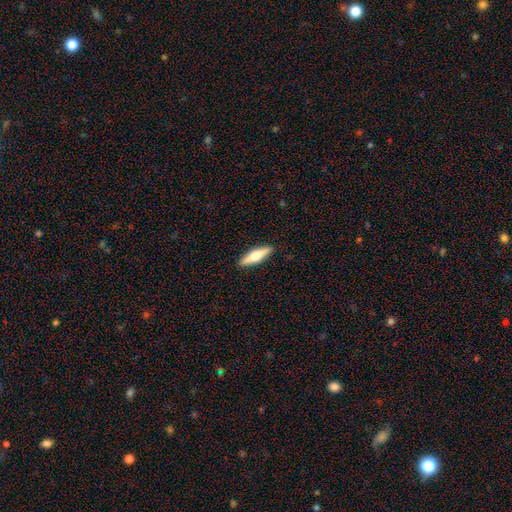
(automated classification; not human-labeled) Smooth or featured?
  - smooth: 49% *
  - featured or disk: 46%
  - star or artifact: 5%
Merging?
  - none: 91% *
  - minor disturbance: 6%
  - major disturbance: 1%
  - merger: 1%